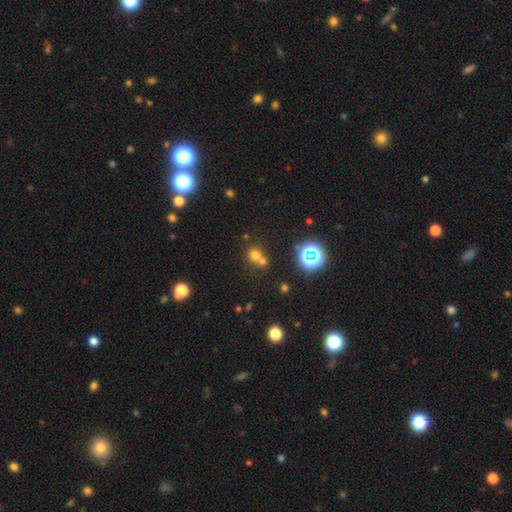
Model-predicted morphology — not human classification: smooth 62%, star or artifact 27%, featured or disk 10%. Down the decision tree: how rounded — round (85%); merging — none (48%).